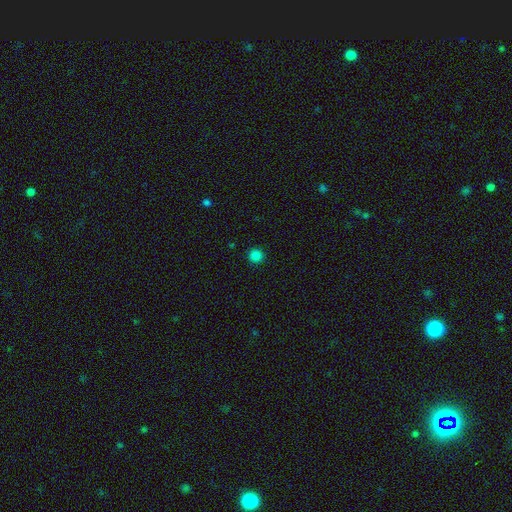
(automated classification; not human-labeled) Smooth or featured? smooth (83%)
How rounded? round (95%)
Merging? none (92%)